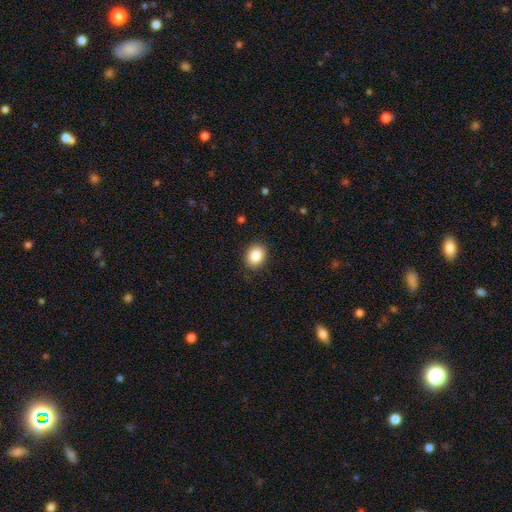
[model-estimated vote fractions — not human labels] This is clearly a smooth galaxy (87%). How rounded: possibly round (50%). Merging: clearly none (88%).